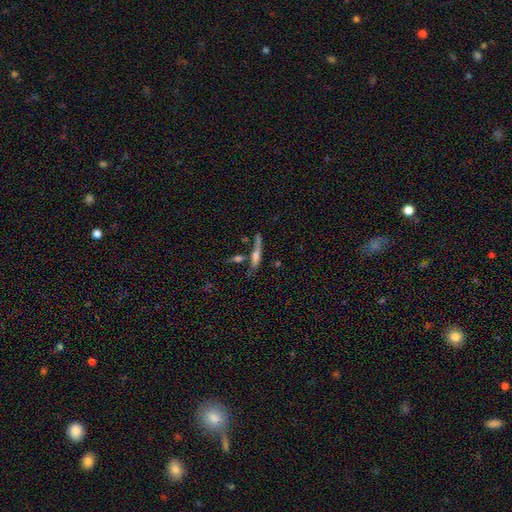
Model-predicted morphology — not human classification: A featured or disk galaxy (58%) viewed edge-on (93%) with a rounded central bulge (68%). Merging: none (64%).